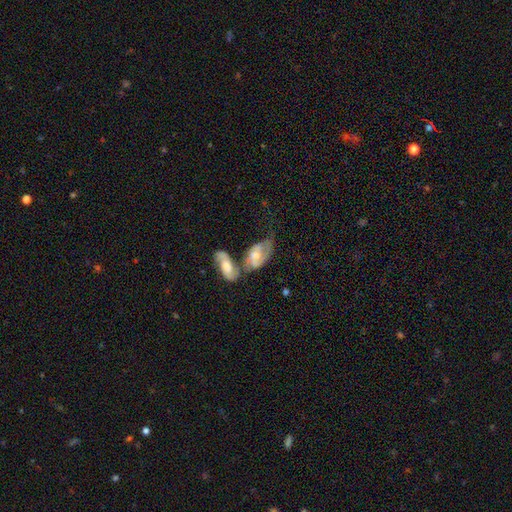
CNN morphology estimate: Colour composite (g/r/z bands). It shows a featured or disk galaxy (71%) with no bar (55%), 2 (76%) medium (44%) spiral arms (85%) and a moderate central bulge (60%). Merging: merger (52%).